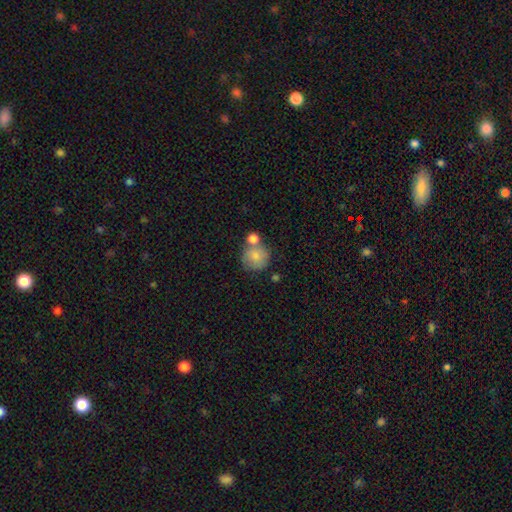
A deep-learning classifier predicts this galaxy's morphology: type=smooth (81%); roundness=round (90%); merging=none (54%).